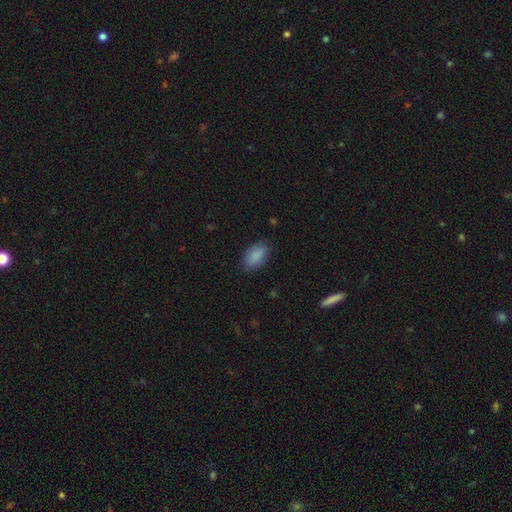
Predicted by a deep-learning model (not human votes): smooth 89%, star or artifact 7%, featured or disk 4%. Down the decision tree: how rounded — in between (93%); merging — none (83%).